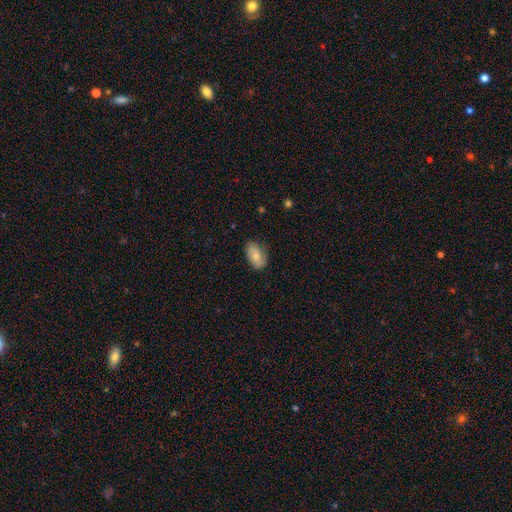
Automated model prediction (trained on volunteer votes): Smooth or featured?
  - smooth: 73% *
  - featured or disk: 20%
  - star or artifact: 7%
How rounded?
  - in between: 92% *
  - round: 6%
  - cigar-shaped: 2%
Merging?
  - none: 79% *
  - minor disturbance: 17%
  - major disturbance: 3%
  - merger: 1%